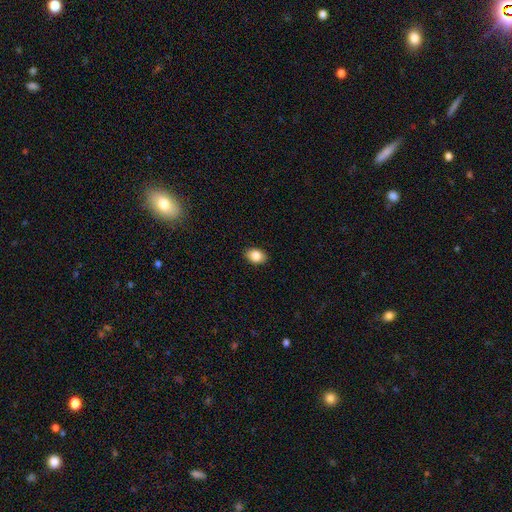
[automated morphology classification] Overall: smooth (85%). How rounded: in between (79%). Merging: none (89%).